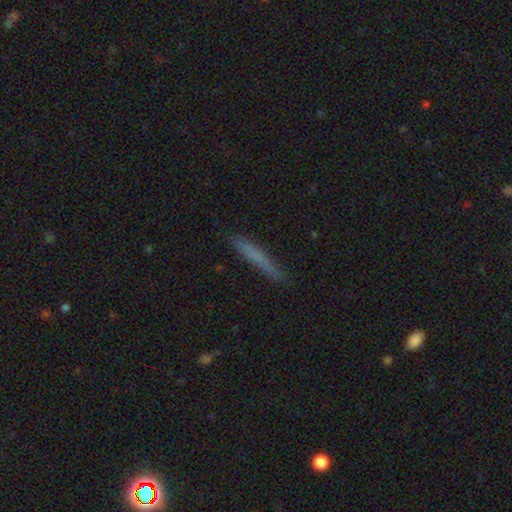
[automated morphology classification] A smooth galaxy with no disk features (67%) that is cigar-shaped (95%). Merging: none (85%).